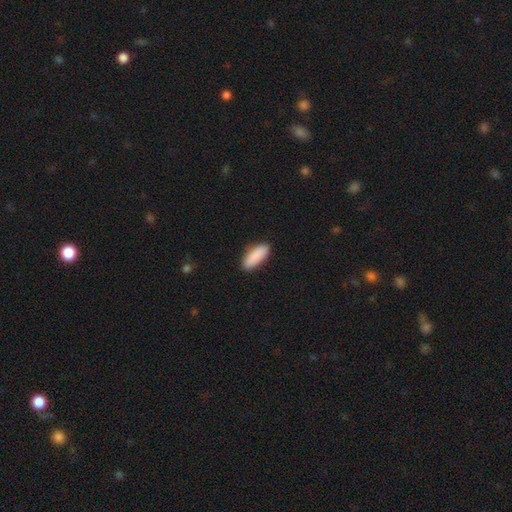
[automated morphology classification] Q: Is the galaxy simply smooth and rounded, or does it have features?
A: smooth — 90%.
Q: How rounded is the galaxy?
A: in between — 68%.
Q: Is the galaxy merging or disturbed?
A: none — 88%.